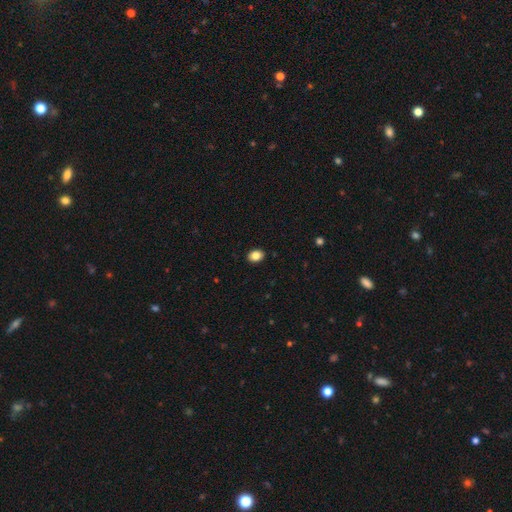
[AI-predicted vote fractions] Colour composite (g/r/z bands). It shows a smooth galaxy with no disk features (86%) that is in between round and cigar-shaped (67%). Merging: none (90%).